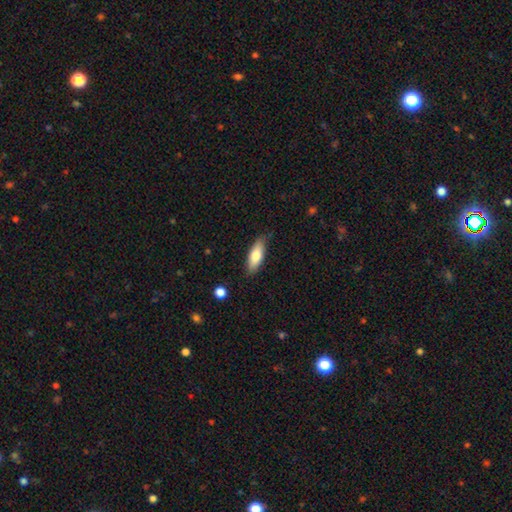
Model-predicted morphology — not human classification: A smooth galaxy with no disk features (77%) that is in between round and cigar-shaped (69%).

Vote fractions:
- Smooth or featured? smooth: 77% / featured or disk: 16% / star or artifact: 6%
- How rounded? in between: 69% / cigar-shaped: 28% / round: 2%
- Merging? none: 79% / minor disturbance: 16% / major disturbance: 3% / merger: 2%